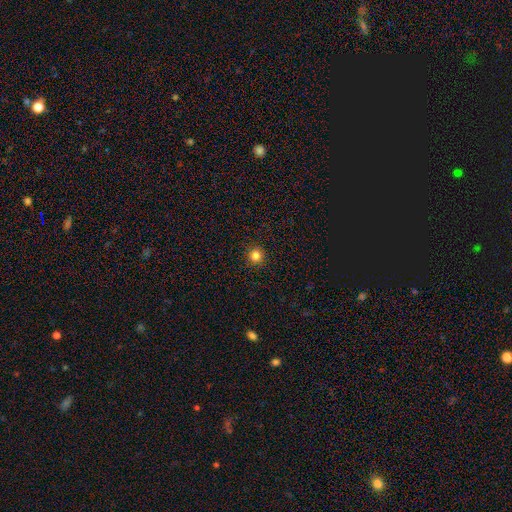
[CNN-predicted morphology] A smooth galaxy with no disk features (83%) that is round (94%). Merging: none (92%).